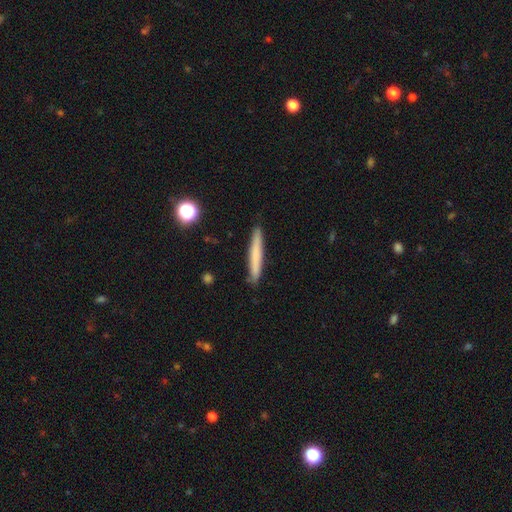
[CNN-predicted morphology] Smooth or featured? smooth (68%)
How rounded? cigar-shaped (96%)
Merging? none (90%)